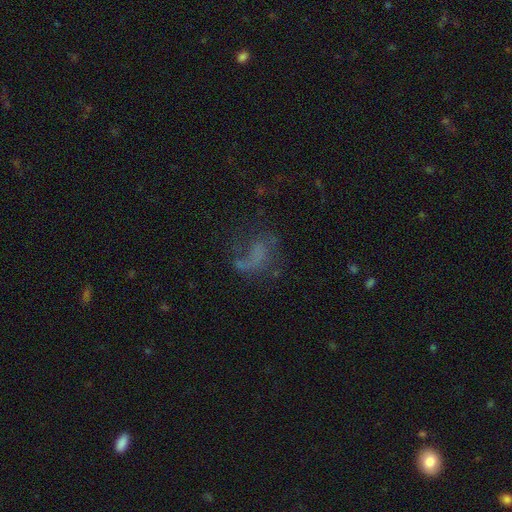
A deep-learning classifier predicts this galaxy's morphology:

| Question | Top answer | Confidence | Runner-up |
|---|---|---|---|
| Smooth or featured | featured or disk | 48% | smooth (30%) |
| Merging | none | 40% | major disturbance (38%) |